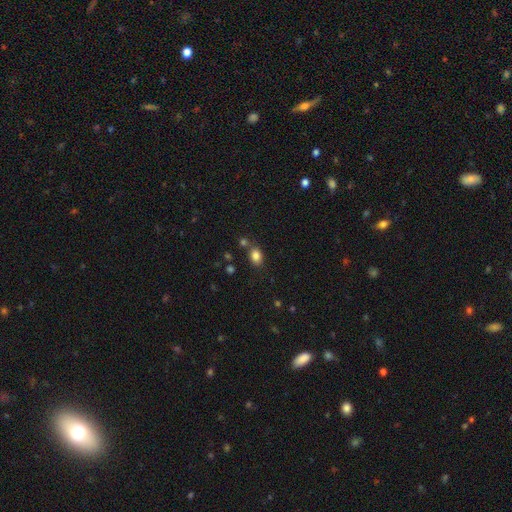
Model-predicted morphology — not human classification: type=smooth (83%); roundness=in between (71%); merging=none (70%).